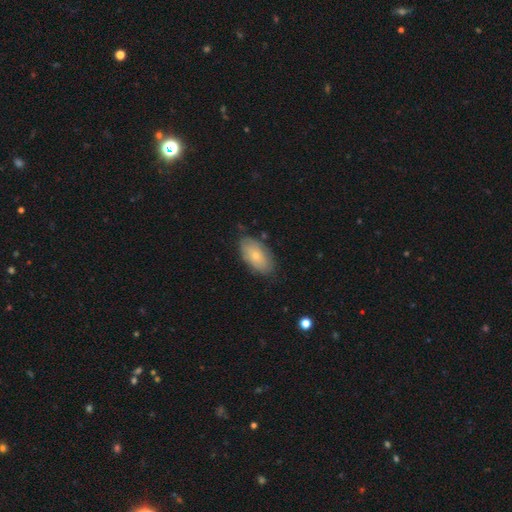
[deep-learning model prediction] This appears to be a smooth galaxy with no disk features (67%) that is in between round and cigar-shaped (94%). Merging: none (76%).